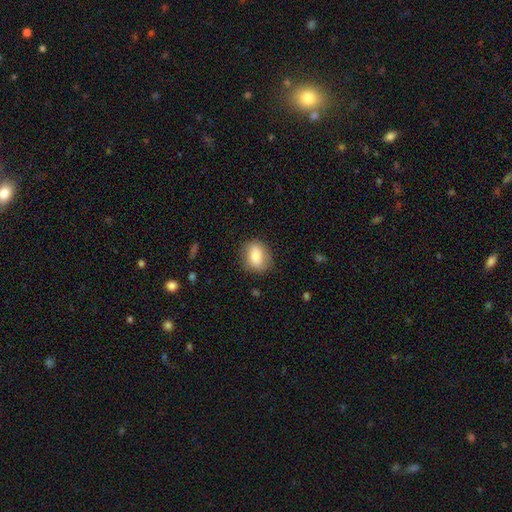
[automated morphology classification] Smooth or featured? smooth (75%)
How rounded? in between (54%)
Merging? none (83%)